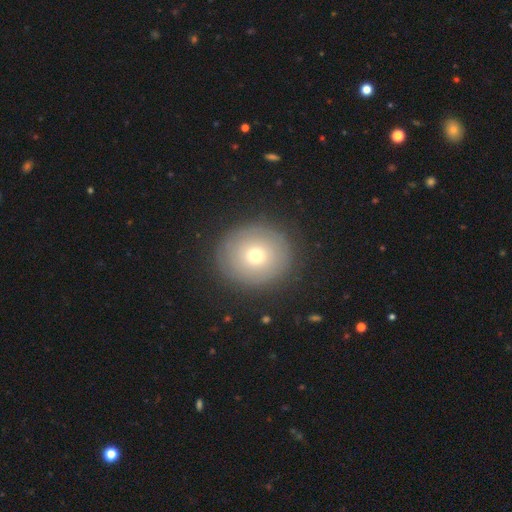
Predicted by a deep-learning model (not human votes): smooth-or-featured: smooth: 65% | featured or disk: 24% | star or artifact: 11%
  how-rounded: round: 89% | in between: 10% | cigar-shaped: 1%
  merging: none: 87% | minor disturbance: 8% | major disturbance: 4% | merger: 1%